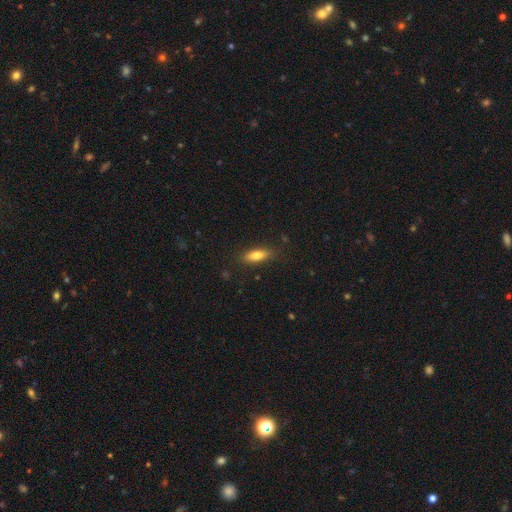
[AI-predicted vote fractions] This is likely a smooth galaxy (79%). How rounded: likely in between (63%). Merging: clearly none (83%).